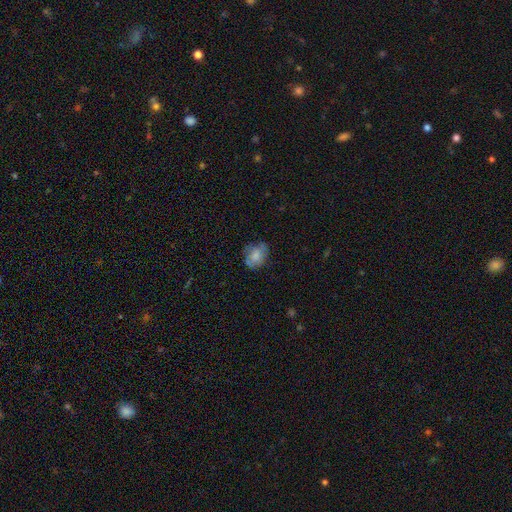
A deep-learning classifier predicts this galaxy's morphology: Smooth or featured? smooth (67%)
How rounded? in between (63%)
Merging? none (62%)